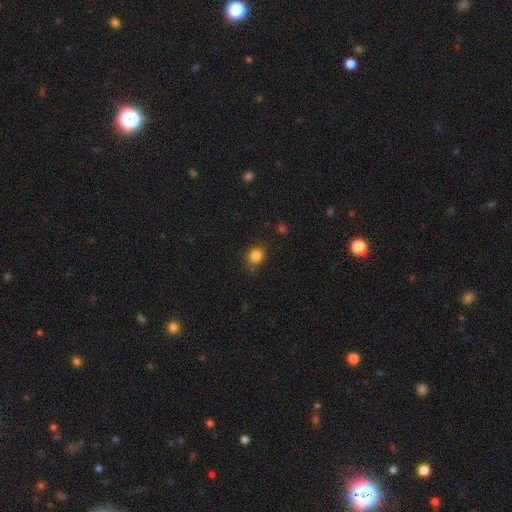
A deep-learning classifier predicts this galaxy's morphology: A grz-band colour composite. It shows a smooth galaxy with no disk features (83%) that is round (83%). Merging: none (82%).